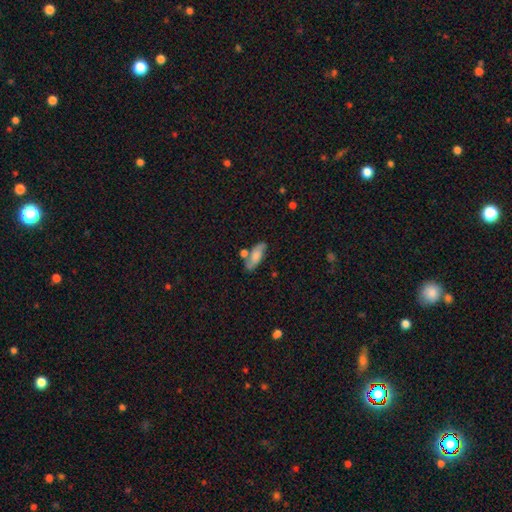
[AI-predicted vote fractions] The model was most divided on "smooth or featured": smooth: 63%, featured or disk: 29%, star or artifact: 7%. More confident: how rounded — in between (73%); merging — none (60%).